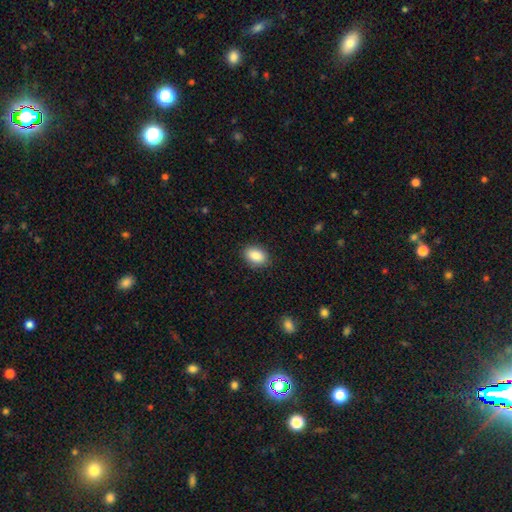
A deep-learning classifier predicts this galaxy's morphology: Q: Smooth or featured?
A: smooth (89%); runner-up: star or artifact (7%)
Q: How rounded?
A: in between (86%); runner-up: round (13%)
Q: Merging?
A: none (87%); runner-up: minor disturbance (9%)